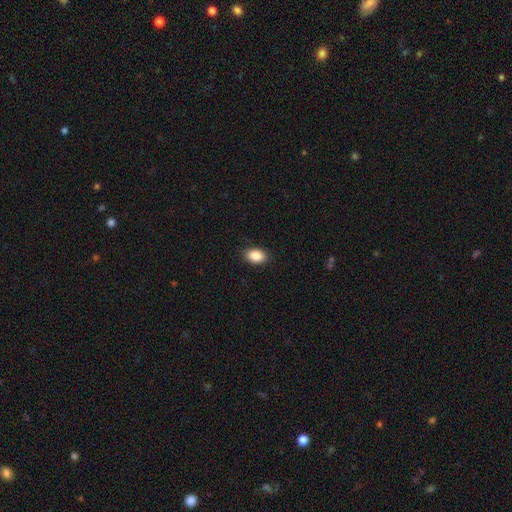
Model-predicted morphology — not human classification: Q: Smooth or featured?
A: smooth (88%); runner-up: star or artifact (8%)
Q: How rounded?
A: in between (86%); runner-up: round (12%)
Q: Merging?
A: none (89%); runner-up: minor disturbance (8%)